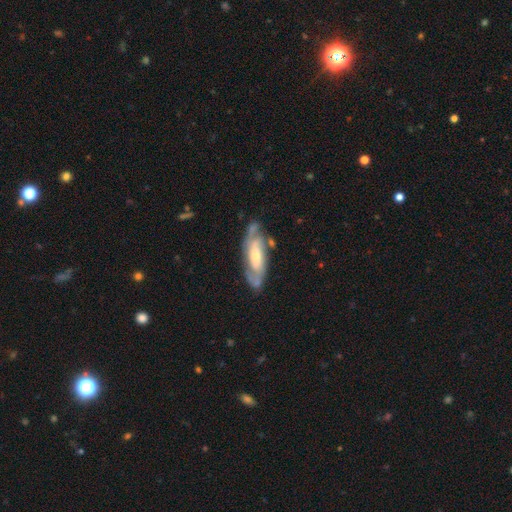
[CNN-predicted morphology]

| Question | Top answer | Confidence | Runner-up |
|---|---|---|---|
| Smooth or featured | featured or disk | 77% | smooth (18%) |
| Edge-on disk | no | 85% | yes (15%) |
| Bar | no | 45% | weak (37%) |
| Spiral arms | yes | 90% | no (10%) |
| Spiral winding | tight | 46% | medium (41%) |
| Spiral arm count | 2 | 64% | can't tell (23%) |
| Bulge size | moderate | 49% | small (33%) |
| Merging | none | 71% | minor disturbance (19%) |